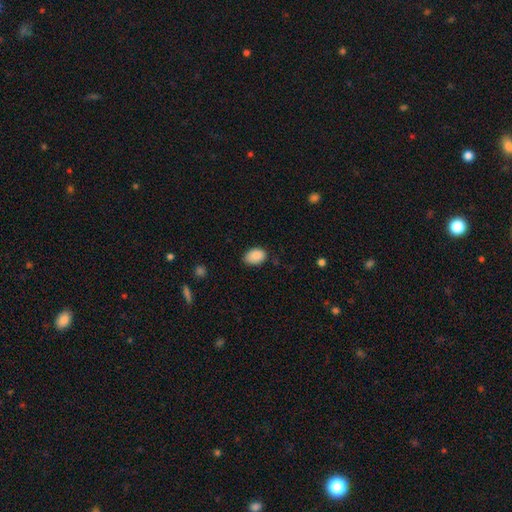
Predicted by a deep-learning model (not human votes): Smooth or featured?
  - smooth: 88% *
  - star or artifact: 7%
  - featured or disk: 4%
How rounded?
  - in between: 85% *
  - round: 14%
  - cigar-shaped: 1%
Merging?
  - none: 77% *
  - minor disturbance: 19%
  - major disturbance: 3%
  - merger: 1%